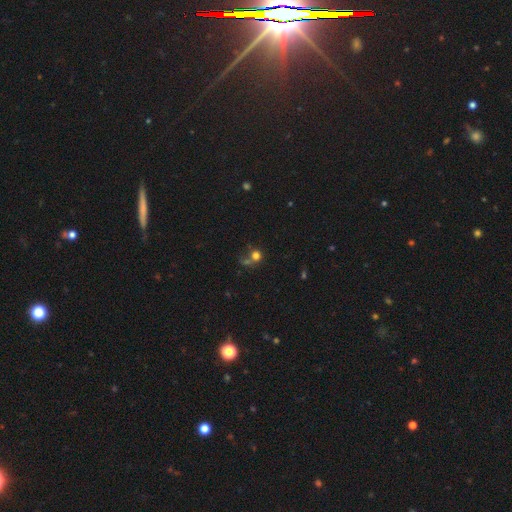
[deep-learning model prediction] Smooth or featured? Predicted: smooth (p=0.68). How rounded? Predicted: round (p=0.86). Merging? Predicted: none (p=0.47).